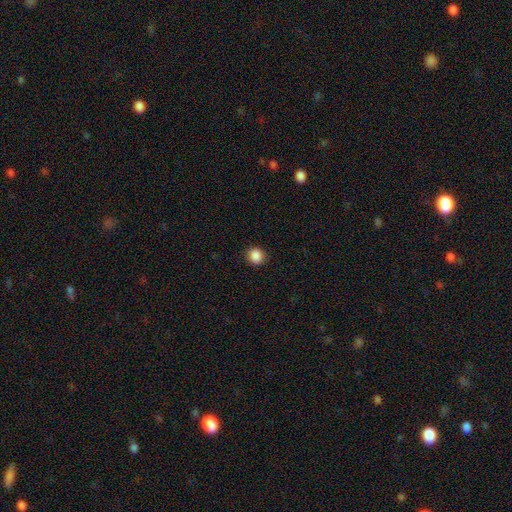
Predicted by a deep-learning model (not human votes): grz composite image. It shows a smooth galaxy with no disk features (88%) that is round (84%). Merging: none (90%).